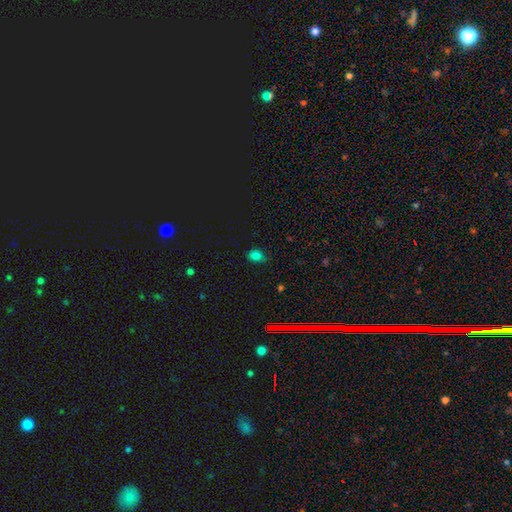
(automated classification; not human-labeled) Smooth or featured: smooth — 76% (star or artifact — 19%)
How rounded: in between — 52% (round — 47%)
Merging: none — 74% (minor disturbance — 21%)